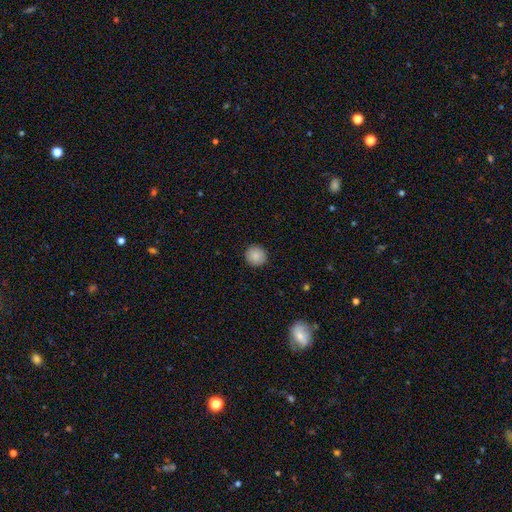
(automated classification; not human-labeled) A smooth galaxy with no disk features (88%) that is round (94%). Merging: none (92%).